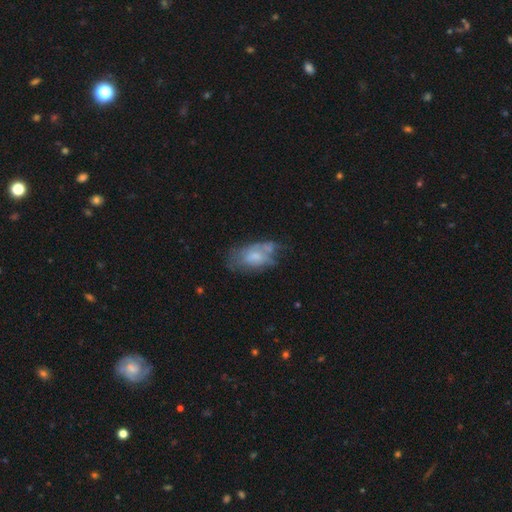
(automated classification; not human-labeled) Q: Smooth or featured?
A: smooth (47%); runner-up: featured or disk (44%)
Q: Merging?
A: none (42%); runner-up: minor disturbance (30%)